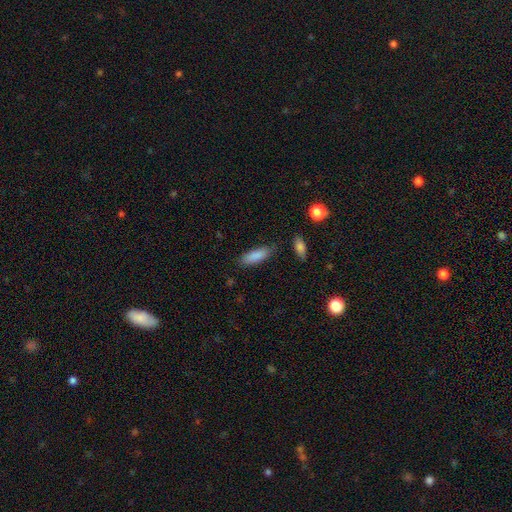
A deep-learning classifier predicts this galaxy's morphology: type=smooth (87%); roundness=in between (60%); merging=none (79%).